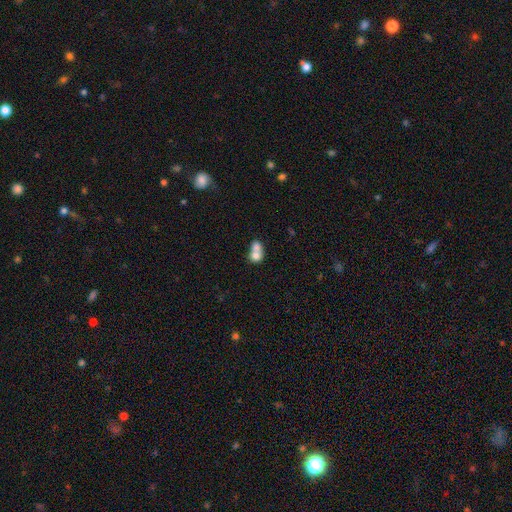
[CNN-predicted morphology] Smooth or featured?
  - smooth: 70% *
  - featured or disk: 21%
  - star or artifact: 9%
How rounded?
  - round: 56% *
  - in between: 42%
  - cigar-shaped: 1%
Merging?
  - merger: 73% *
  - none: 18%
  - minor disturbance: 5%
  - major disturbance: 4%